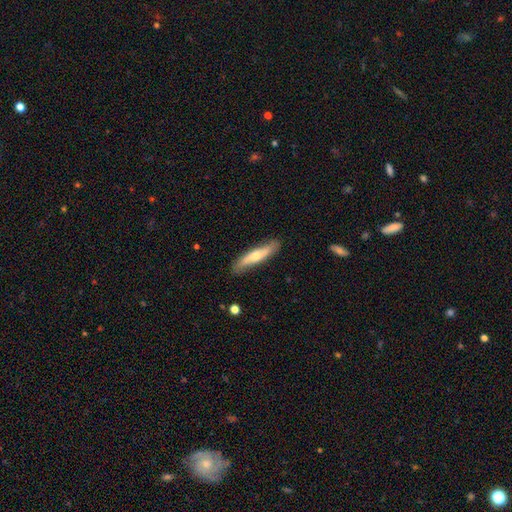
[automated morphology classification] This is possibly a smooth galaxy (53%). How rounded: clearly cigar-shaped (81%). Merging: clearly none (83%).